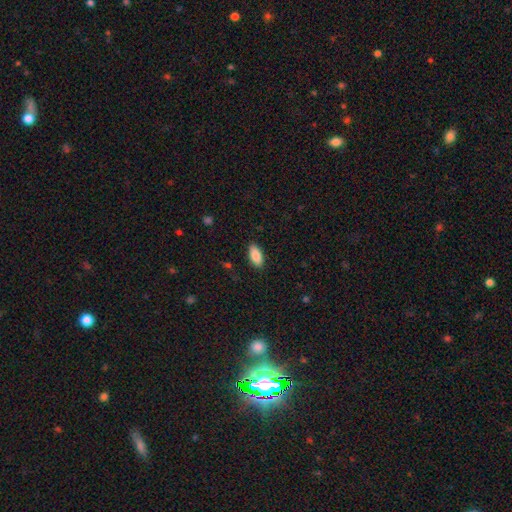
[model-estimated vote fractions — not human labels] smooth 89%, star or artifact 6%, featured or disk 5%. Down the decision tree: how rounded — in between (90%); merging — none (88%).